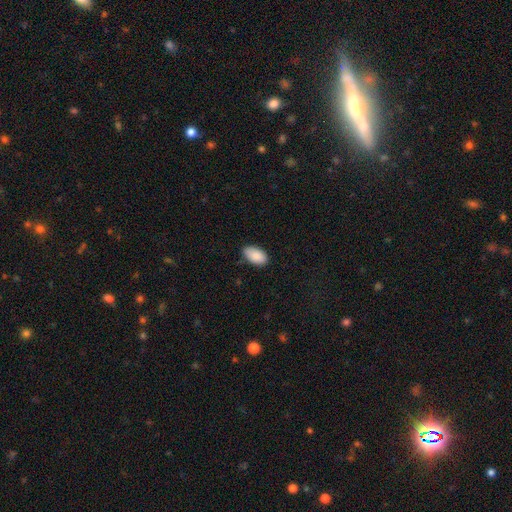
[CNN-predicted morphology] This is clearly a smooth galaxy (89%). How rounded: clearly in between (95%). Merging: clearly none (81%).